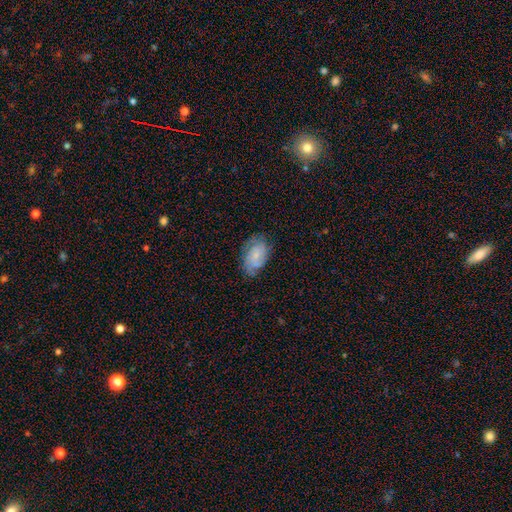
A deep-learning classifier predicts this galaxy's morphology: smooth_or_featured: featured or disk (p=0.60) [alt: smooth p=0.32]
disk_edge_on: no (p=0.97) [alt: yes p=0.03]
bar: no (p=0.67) [alt: weak p=0.28]
has_spiral_arms: yes (p=0.90) [alt: no p=0.10]
spiral_winding: tight (p=0.54) [alt: medium p=0.34]
spiral_arm_count: 2 (p=0.38) [alt: can't tell p=0.33]
bulge_size: small (p=0.66) [alt: moderate p=0.21]
merging: none (p=0.70) [alt: minor disturbance p=0.22]